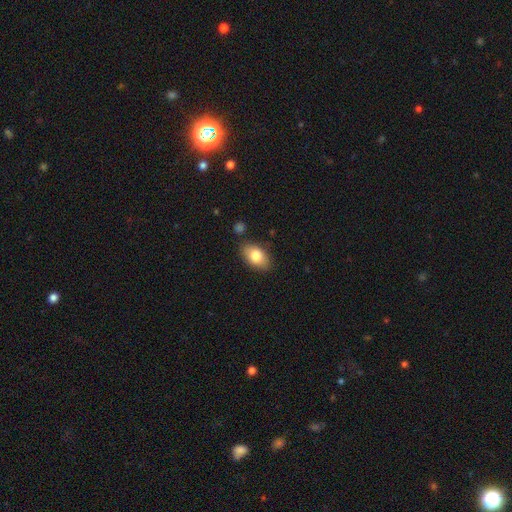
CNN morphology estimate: Q: Smooth or featured?
A: smooth (80%); runner-up: featured or disk (13%)
Q: How rounded?
A: in between (91%); runner-up: round (7%)
Q: Merging?
A: none (82%); runner-up: minor disturbance (12%)